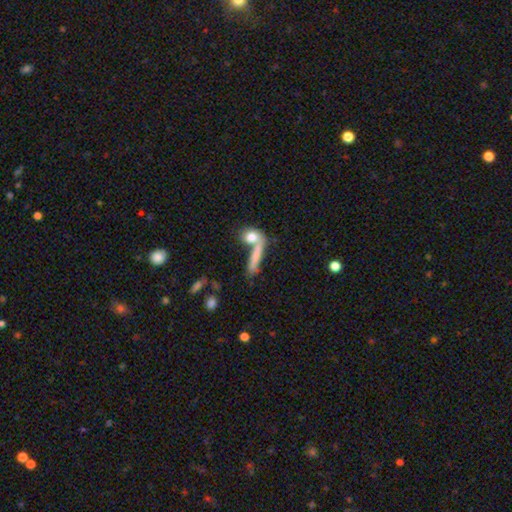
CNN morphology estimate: smooth-or-featured: smooth: 72% | featured or disk: 19% | star or artifact: 9%
  how-rounded: cigar-shaped: 58% | in between: 29% | round: 13%
  merging: none: 42% | merger: 38% | minor disturbance: 11% | major disturbance: 8%